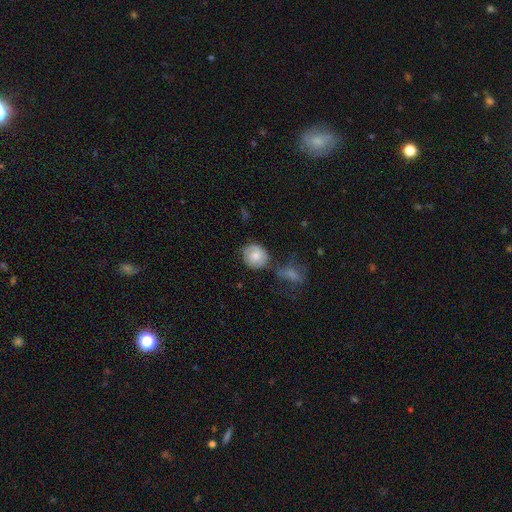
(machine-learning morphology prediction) Smooth or featured: smooth — 64% (featured or disk — 29%)
How rounded: round — 76% (in between — 23%)
Merging: none — 58% (minor disturbance — 21%)